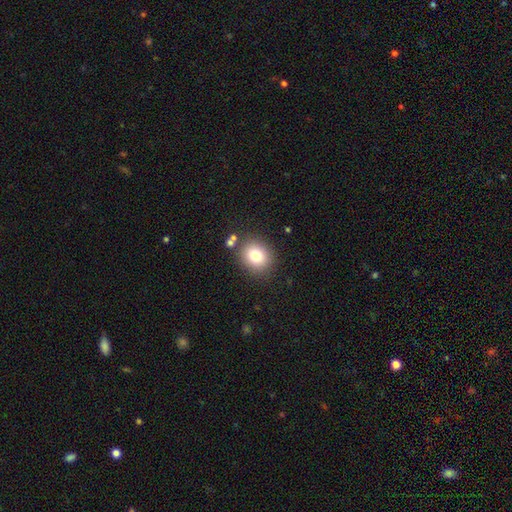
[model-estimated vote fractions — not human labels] A smooth galaxy with no disk features (78%) that is round (70%).

Vote fractions:
- Smooth or featured? smooth: 78% / star or artifact: 12% / featured or disk: 10%
- How rounded? round: 70% / in between: 29% / cigar-shaped: 1%
- Merging? none: 82% / minor disturbance: 9% / merger: 5% / major disturbance: 3%